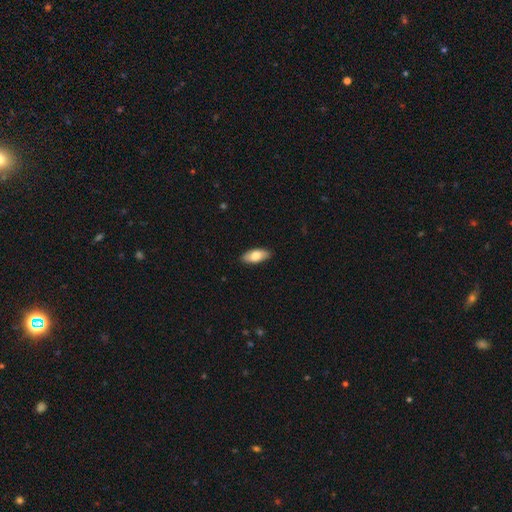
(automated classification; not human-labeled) Overall: smooth (76%). How rounded: in between (88%). Merging: none (89%).